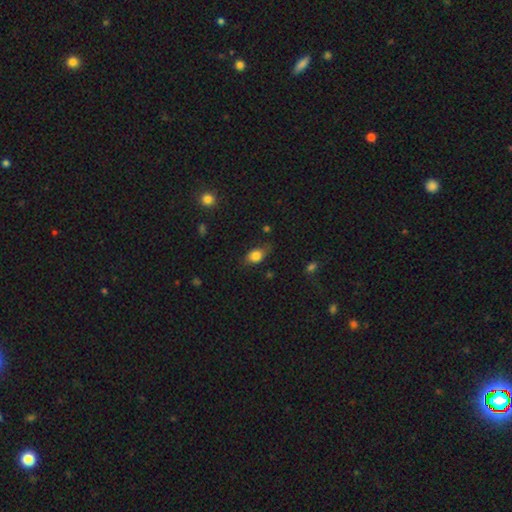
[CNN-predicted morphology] Q: Smooth or featured?
A: smooth (80%); runner-up: featured or disk (11%)
Q: How rounded?
A: in between (76%); runner-up: round (22%)
Q: Merging?
A: none (61%); runner-up: minor disturbance (29%)